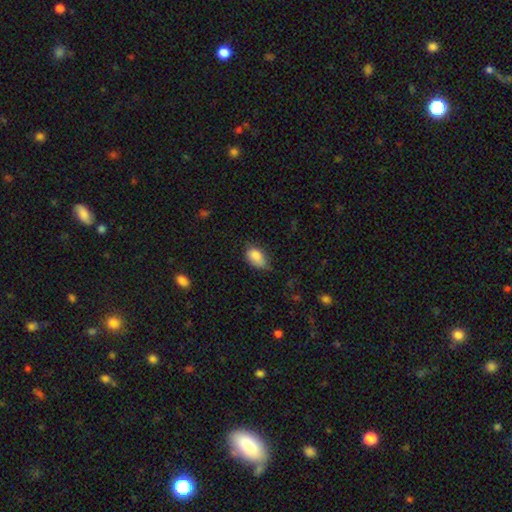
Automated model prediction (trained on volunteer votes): A smooth galaxy with no disk features (86%) that is in between round and cigar-shaped (89%).

Vote fractions:
- Smooth or featured? smooth: 86% / star or artifact: 8% / featured or disk: 7%
- How rounded? in between: 89% / round: 9% / cigar-shaped: 2%
- Merging? none: 56% / minor disturbance: 35% / major disturbance: 7% / merger: 2%